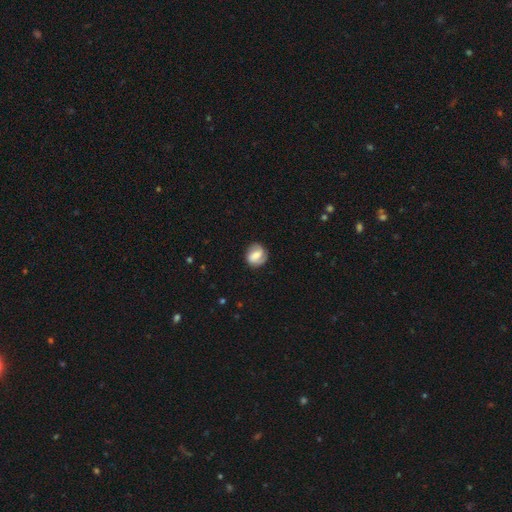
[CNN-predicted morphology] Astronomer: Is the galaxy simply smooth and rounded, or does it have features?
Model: smooth — 47% (runner-up: featured or disk, 46%).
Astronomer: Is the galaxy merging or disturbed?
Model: none — 77%.